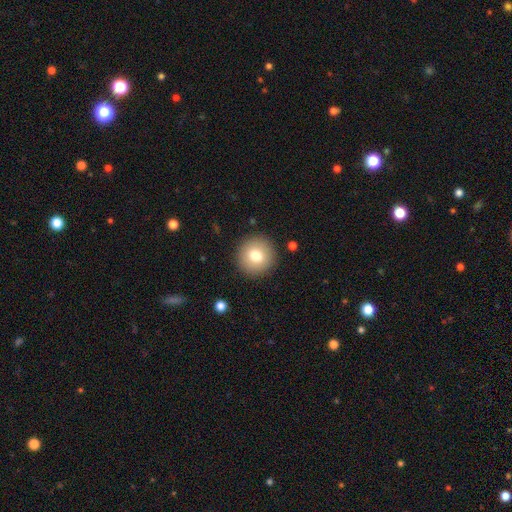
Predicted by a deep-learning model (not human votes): Morphology: type=smooth (76%); roundness=round (94%); merging=none (91%).